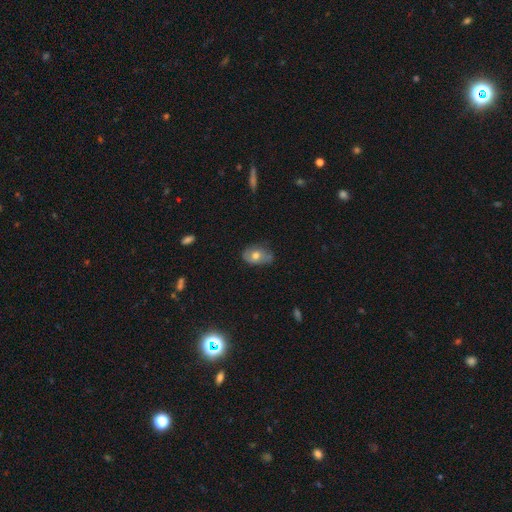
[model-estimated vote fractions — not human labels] A smooth galaxy with no disk features (64%) that is in between round and cigar-shaped (79%).

Vote fractions:
- Smooth or featured? smooth: 64% / featured or disk: 27% / star or artifact: 9%
- How rounded? in between: 79% / round: 19% / cigar-shaped: 2%
- Merging? none: 56% / minor disturbance: 34% / major disturbance: 7% / merger: 3%